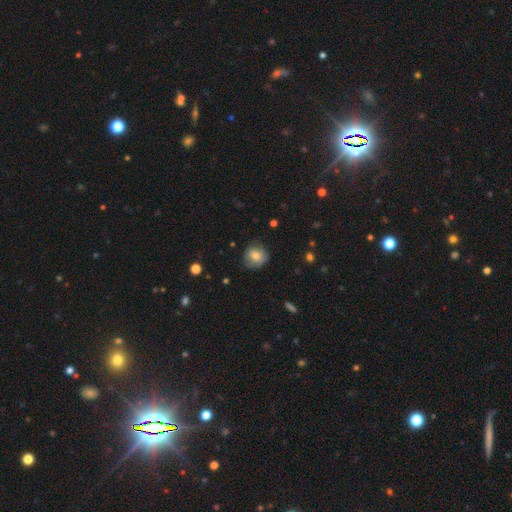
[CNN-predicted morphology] This is likely a smooth galaxy (75%). How rounded: likely round (79%). Merging: likely none (72%).